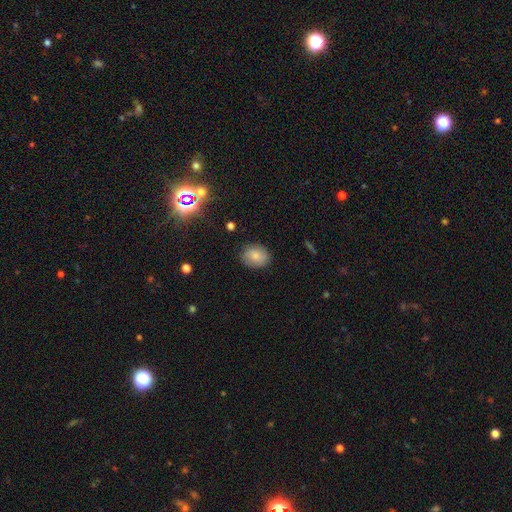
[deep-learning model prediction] A smooth galaxy with no disk features (79%) that is in between round and cigar-shaped (51%). Merging: none (84%).